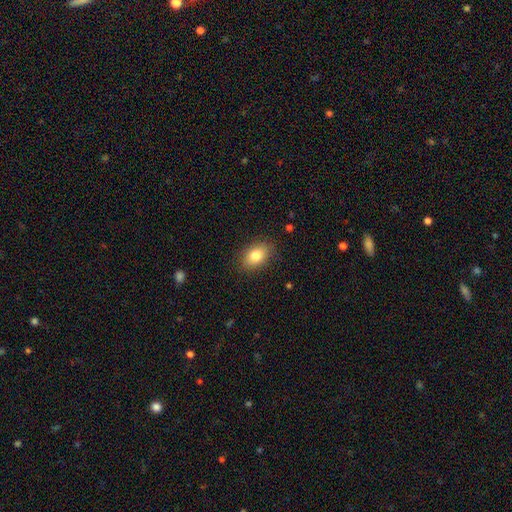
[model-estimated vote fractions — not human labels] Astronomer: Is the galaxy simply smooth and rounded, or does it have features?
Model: smooth — 81%.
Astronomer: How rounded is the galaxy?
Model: in between — 85%.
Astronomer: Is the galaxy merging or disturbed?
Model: none — 86%.